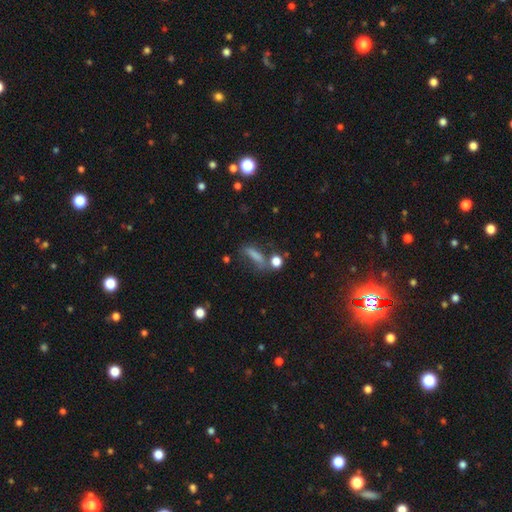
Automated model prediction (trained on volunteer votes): This appears to be a smooth galaxy with no disk features (54%) that is cigar-shaped (58%). Merging: none (52%).